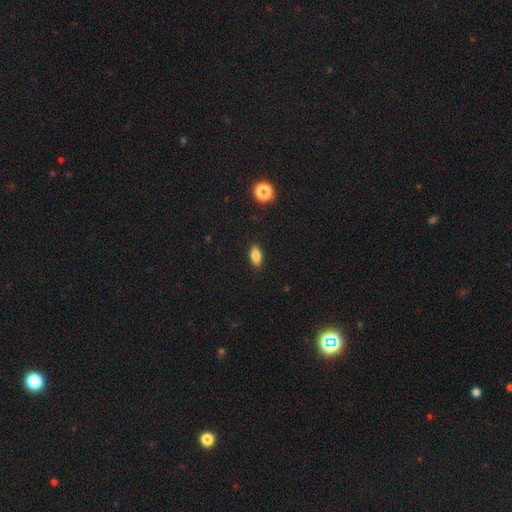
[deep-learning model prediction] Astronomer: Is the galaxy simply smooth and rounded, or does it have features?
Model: smooth — 83%.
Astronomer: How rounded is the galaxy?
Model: in between — 86%.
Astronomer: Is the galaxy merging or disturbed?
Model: none — 89%.